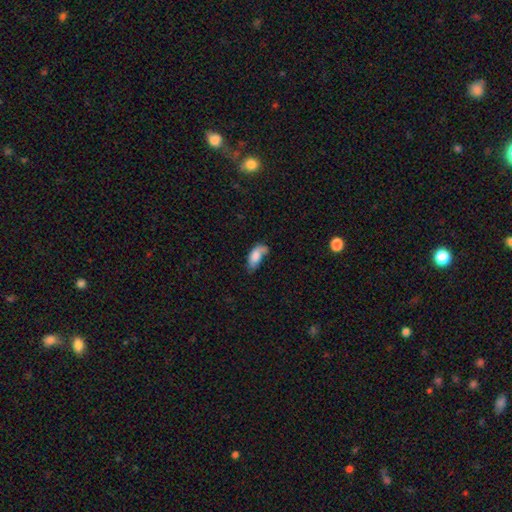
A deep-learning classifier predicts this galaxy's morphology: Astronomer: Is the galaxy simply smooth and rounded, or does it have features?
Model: smooth — 74%.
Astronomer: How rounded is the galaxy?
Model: in between — 90%.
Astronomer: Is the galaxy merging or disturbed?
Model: none — 34% (runner-up: minor disturbance, 33%).